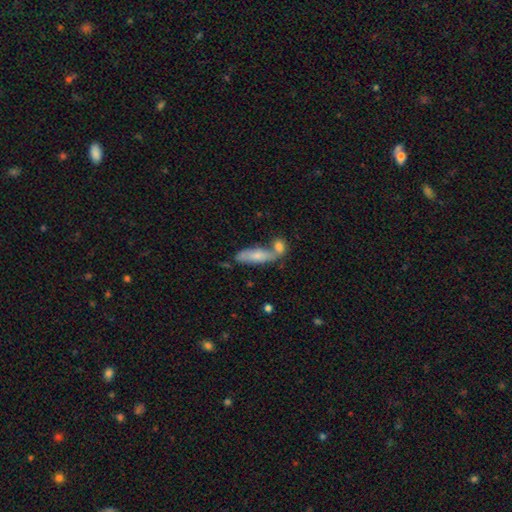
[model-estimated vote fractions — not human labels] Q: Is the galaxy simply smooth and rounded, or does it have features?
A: smooth — 57%.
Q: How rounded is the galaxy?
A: cigar-shaped — 55%.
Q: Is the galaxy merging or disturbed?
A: none — 46%.